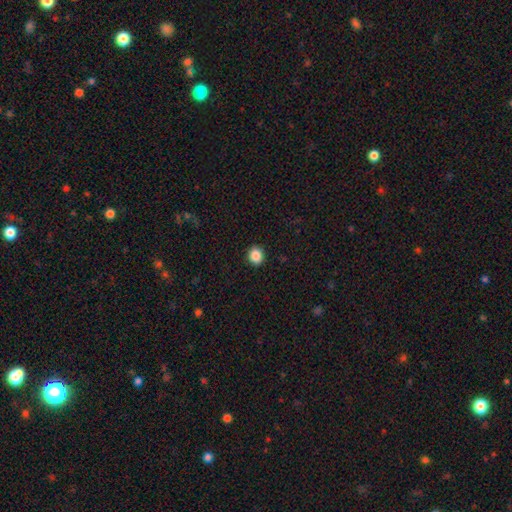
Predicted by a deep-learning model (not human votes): Q: Smooth or featured?
A: smooth (87%); runner-up: star or artifact (9%)
Q: How rounded?
A: round (73%); runner-up: in between (26%)
Q: Merging?
A: none (91%); runner-up: minor disturbance (6%)